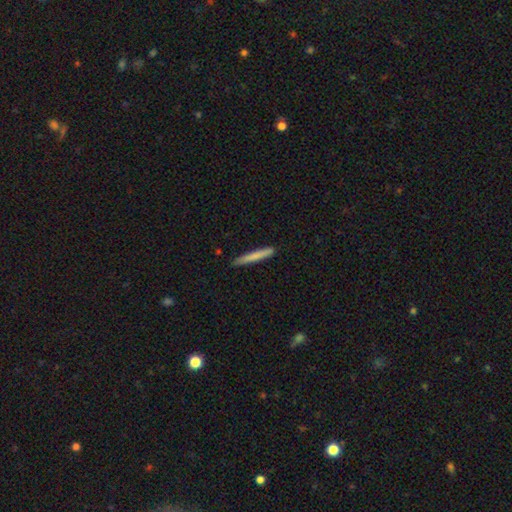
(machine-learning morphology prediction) Smooth or featured: smooth — 74% (featured or disk — 20%)
How rounded: cigar-shaped — 96% (in between — 2%)
Merging: none — 89% (minor disturbance — 8%)